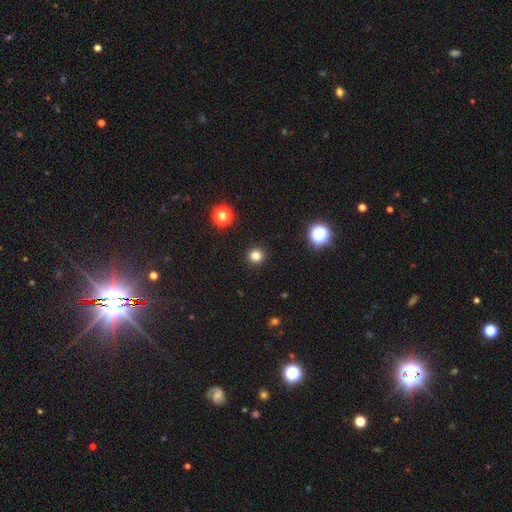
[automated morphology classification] Smooth or featured: smooth — 81% (star or artifact — 15%)
How rounded: round — 95% (in between — 4%)
Merging: none — 93% (minor disturbance — 4%)